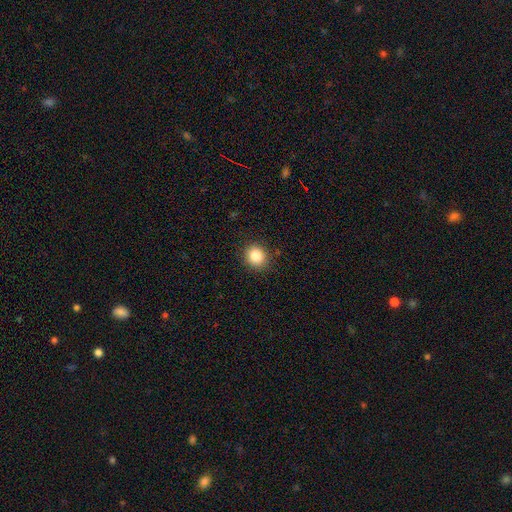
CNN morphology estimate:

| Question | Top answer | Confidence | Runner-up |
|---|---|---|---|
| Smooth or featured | smooth | 85% | star or artifact (10%) |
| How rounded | round | 81% | in between (18%) |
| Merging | none | 89% | minor disturbance (8%) |